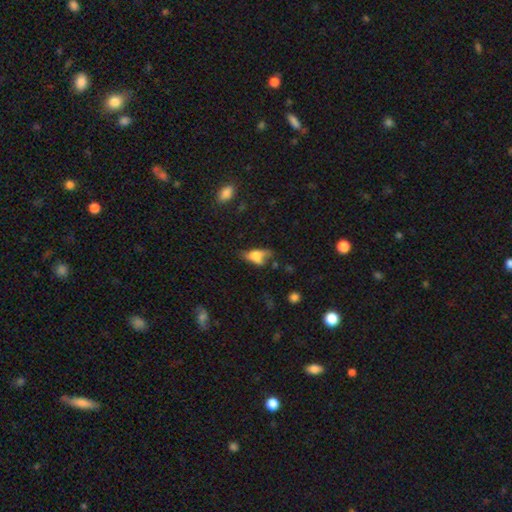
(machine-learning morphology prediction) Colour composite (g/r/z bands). It shows a smooth galaxy with no disk features (59%) that is in between round and cigar-shaped (78%). Merging: none (35%).